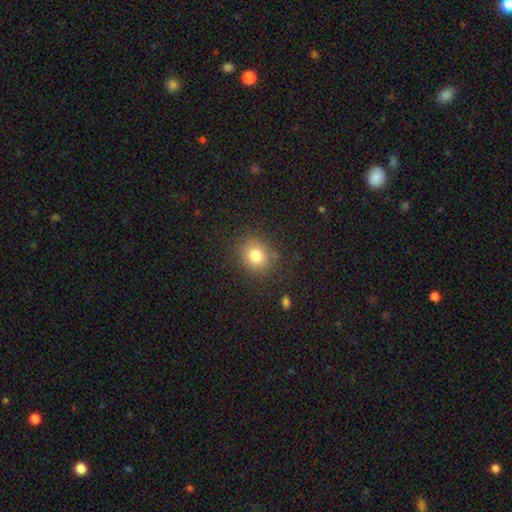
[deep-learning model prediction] This appears to be a smooth galaxy with no disk features (80%) that is round (75%). Merging: none (82%).